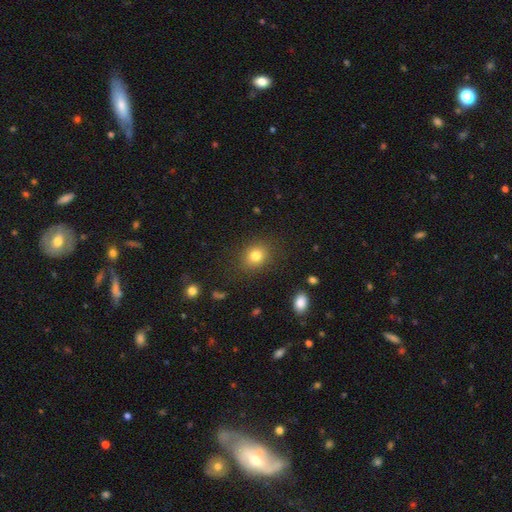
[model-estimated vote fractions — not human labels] smooth-or-featured: smooth: 80% | star or artifact: 12% | featured or disk: 8%
  how-rounded: round: 60% | in between: 39% | cigar-shaped: 1%
  merging: none: 84% | minor disturbance: 10% | major disturbance: 4% | merger: 2%